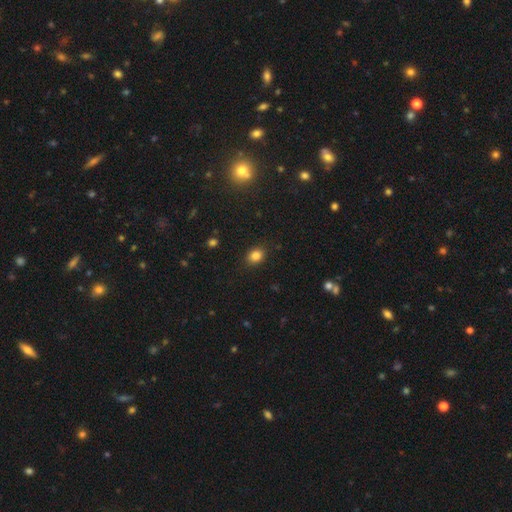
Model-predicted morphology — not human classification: smooth_or_featured: smooth (p=0.83) [alt: star or artifact p=0.12]
how_rounded: round (p=0.50) [alt: in between p=0.49]
merging: none (p=0.88) [alt: minor disturbance p=0.08]